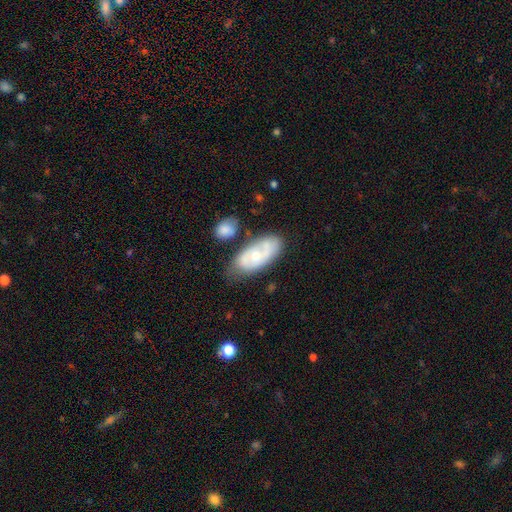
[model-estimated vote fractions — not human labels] This appears to be a featured or disk galaxy (61%) with no bar (79%), spiral arms (59%) and a moderate central bulge (51%). Merging: none (62%).